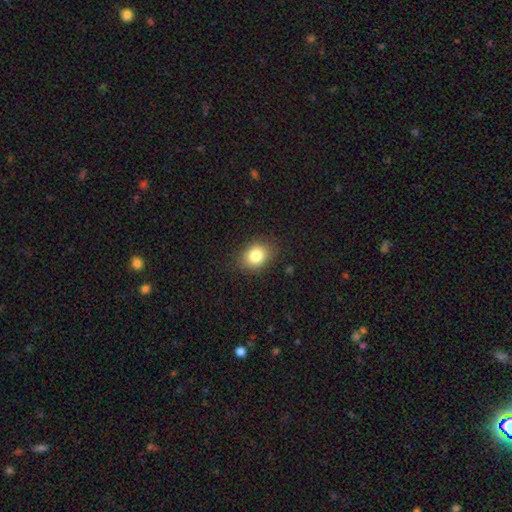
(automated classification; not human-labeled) Smooth or featured? Predicted: smooth (p=0.82). How rounded? Predicted: in between (p=0.54). Merging? Predicted: none (p=0.85).